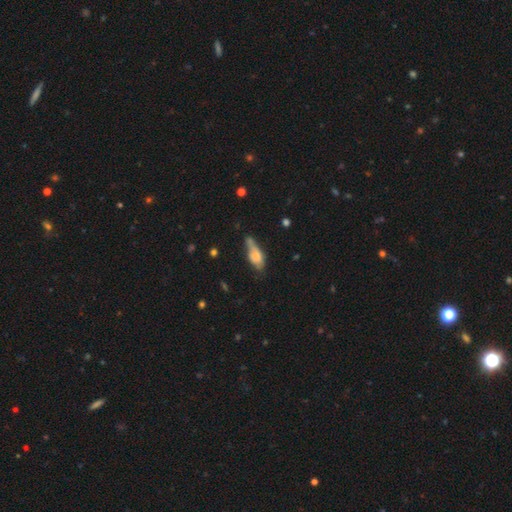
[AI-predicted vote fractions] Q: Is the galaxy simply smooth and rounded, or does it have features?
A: smooth — 66%.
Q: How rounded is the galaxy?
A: in between — 74%.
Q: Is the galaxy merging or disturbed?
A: none — 34%.